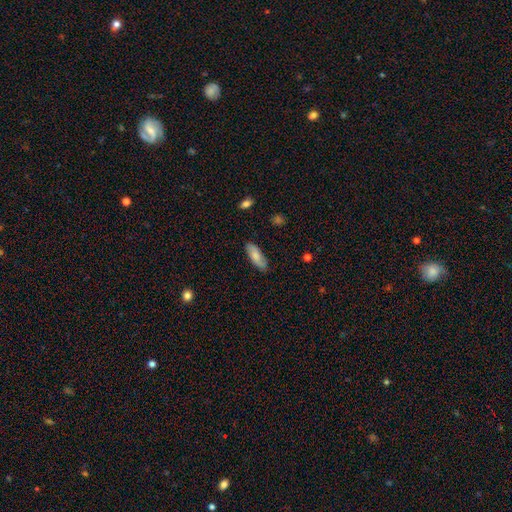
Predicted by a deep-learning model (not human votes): This is likely a smooth galaxy (73%). How rounded: likely in between (70%). Merging: clearly none (81%).